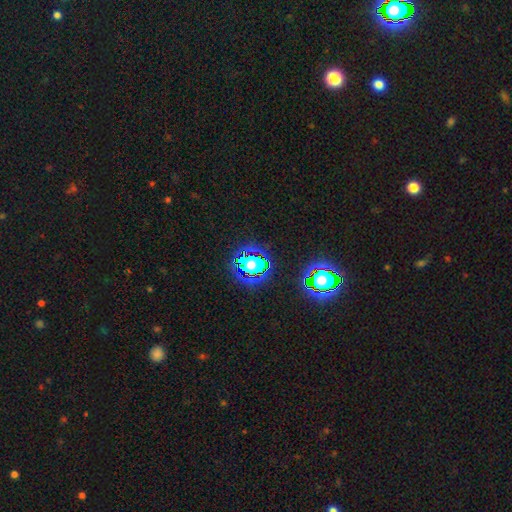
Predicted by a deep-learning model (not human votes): This is likely a star or artifact rather than a galaxy (78%).